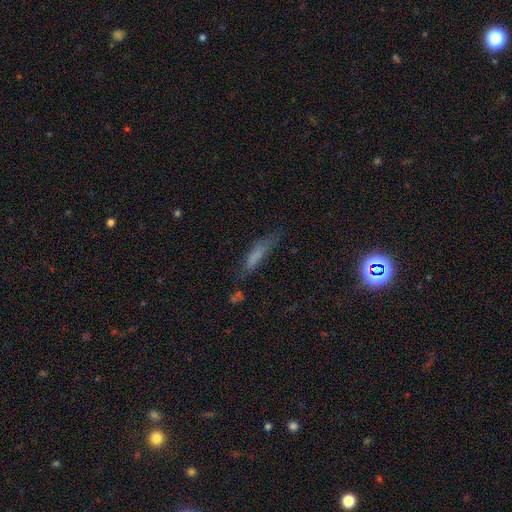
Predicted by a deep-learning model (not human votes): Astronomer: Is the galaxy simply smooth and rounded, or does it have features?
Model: smooth — 65%.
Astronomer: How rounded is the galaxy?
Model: cigar-shaped — 78%.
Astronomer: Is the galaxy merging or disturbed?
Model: none — 58%.